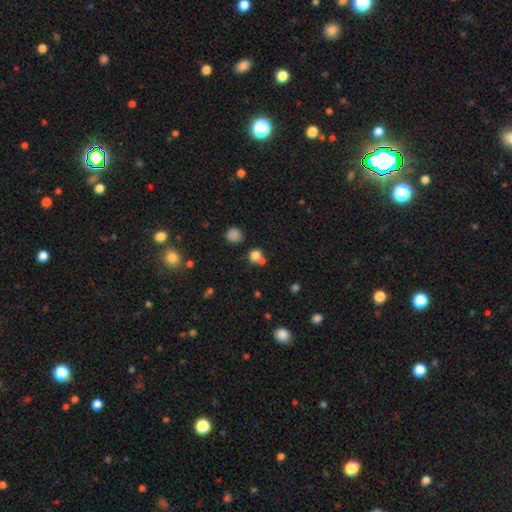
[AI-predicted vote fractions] Smooth or featured? Predicted: smooth (p=0.77). How rounded? Predicted: round (p=0.83). Merging? Predicted: none (p=0.52).